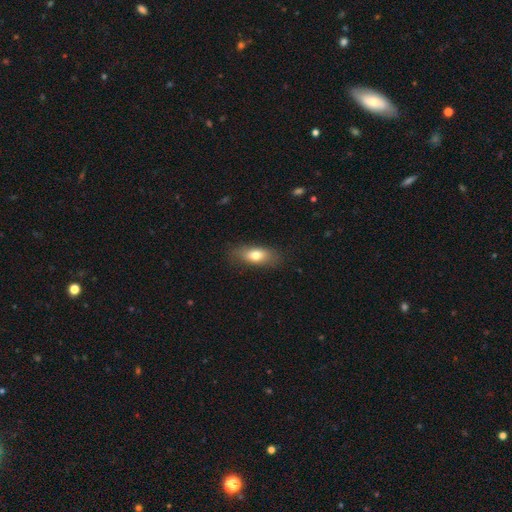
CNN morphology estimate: Smooth or featured: smooth — 74% (featured or disk — 18%)
How rounded: in between — 78% (cigar-shaped — 17%)
Merging: none — 81% (minor disturbance — 14%)